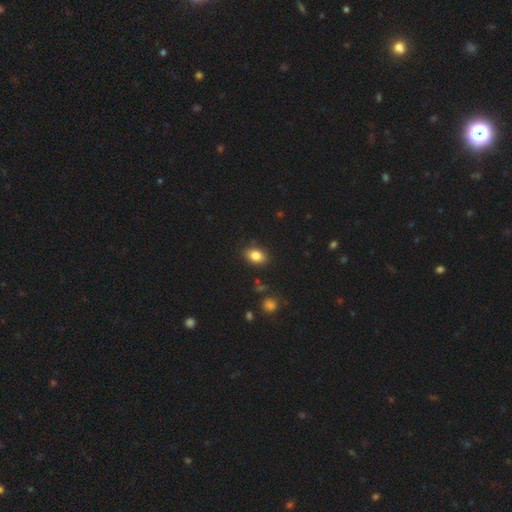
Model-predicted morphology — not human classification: The model was most divided on "how rounded": in between: 82%, round: 16%, cigar-shaped: 2%. More confident: merging — none (85%); smooth or featured — smooth (84%).